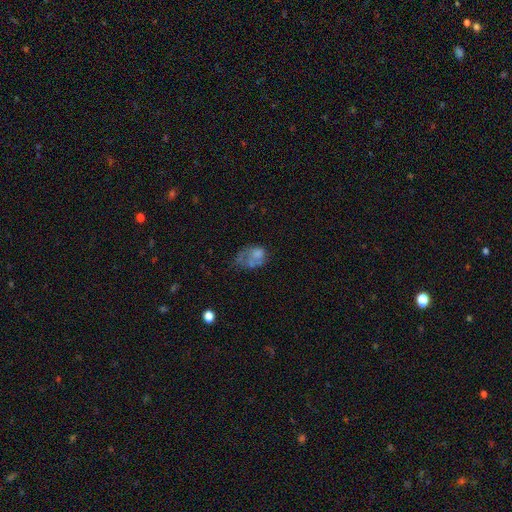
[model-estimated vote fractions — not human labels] Smooth or featured? smooth (49%)
Merging? major disturbance (37%)